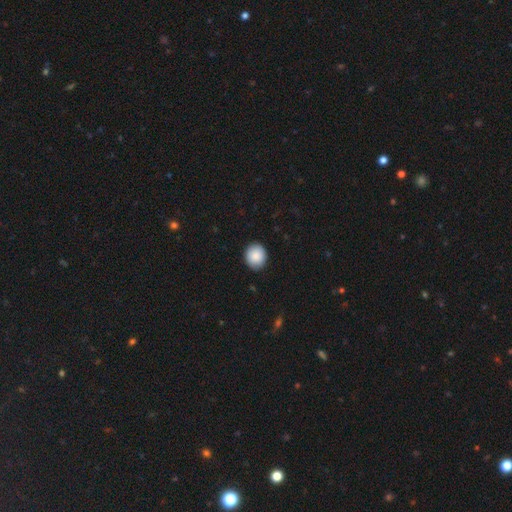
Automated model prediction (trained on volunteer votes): Overall: smooth (88%). How rounded: round (77%). Merging: none (88%).